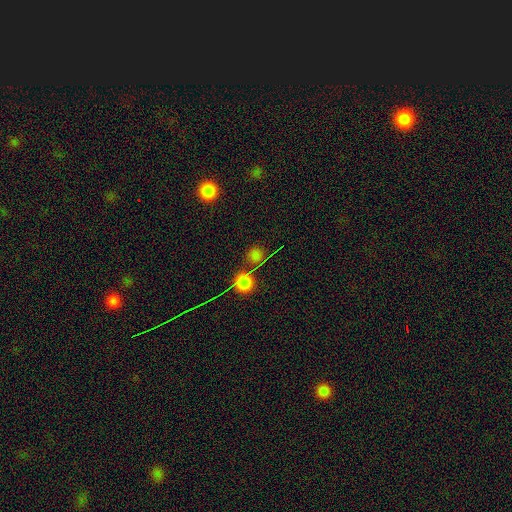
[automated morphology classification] smooth 60%, star or artifact 33%, featured or disk 7%. Down the decision tree: how rounded — round (88%); merging — none (75%).